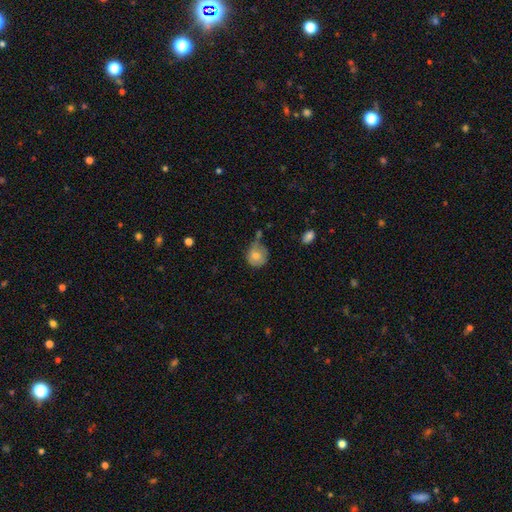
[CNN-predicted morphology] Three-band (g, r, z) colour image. It shows a smooth galaxy with no disk features (73%) that is round (81%). Merging: none (47%).